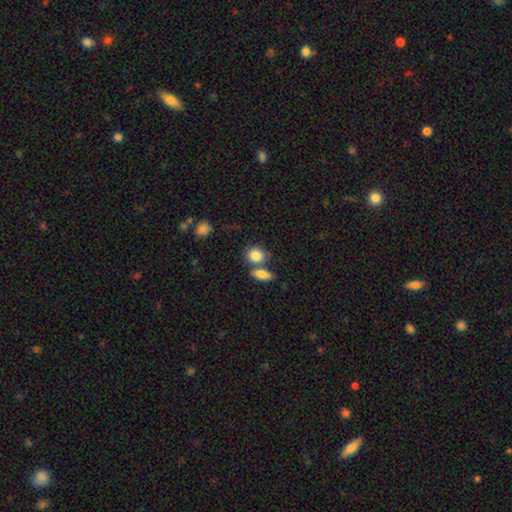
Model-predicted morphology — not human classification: The model was most divided on "how rounded": round: 57%, in between: 40%, cigar-shaped: 3%. More confident: smooth or featured — smooth (85%); merging — none (54%).